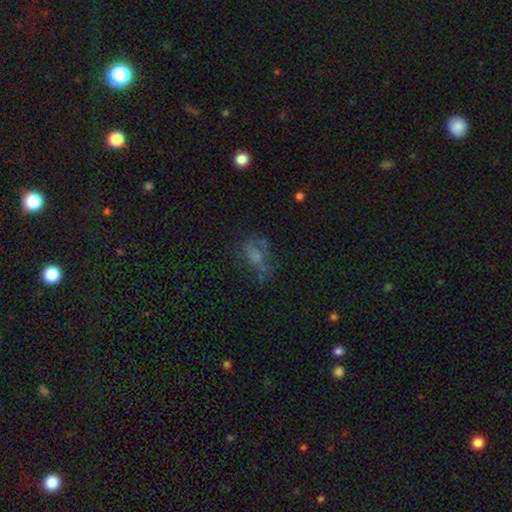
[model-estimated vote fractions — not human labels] Smooth or featured?
  - smooth: 44% *
  - featured or disk: 37%
  - star or artifact: 20%
Merging?
  - none: 38% *
  - major disturbance: 35%
  - minor disturbance: 22%
  - merger: 6%